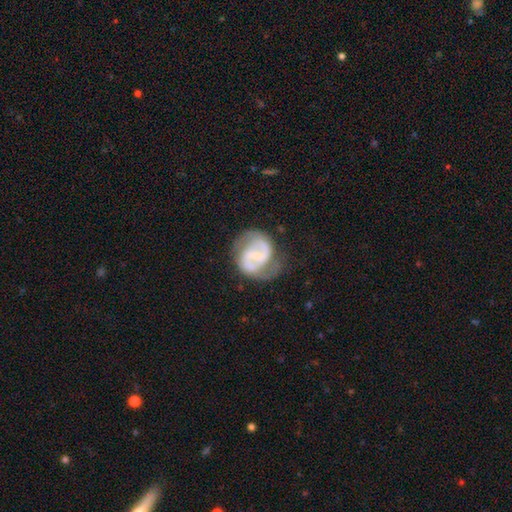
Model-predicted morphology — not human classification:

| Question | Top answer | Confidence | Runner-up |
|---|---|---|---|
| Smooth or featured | featured or disk | 81% | smooth (13%) |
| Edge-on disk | no | 98% | yes (2%) |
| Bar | weak | 46% | strong (27%) |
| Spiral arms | yes | 93% | no (7%) |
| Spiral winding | medium | 50% | tight (25%) |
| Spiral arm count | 2 | 87% | can't tell (5%) |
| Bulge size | none | 45% | small (36%) |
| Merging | none | 60% | minor disturbance (22%) |